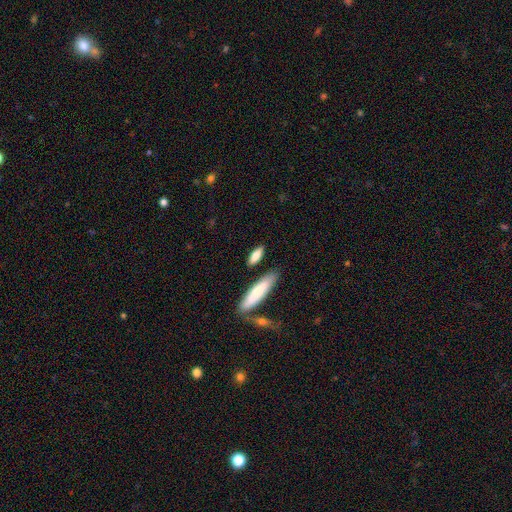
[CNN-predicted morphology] Q: Smooth or featured?
A: smooth (81%); runner-up: featured or disk (13%)
Q: How rounded?
A: cigar-shaped (49%); runner-up: in between (48%)
Q: Merging?
A: none (80%); runner-up: minor disturbance (11%)